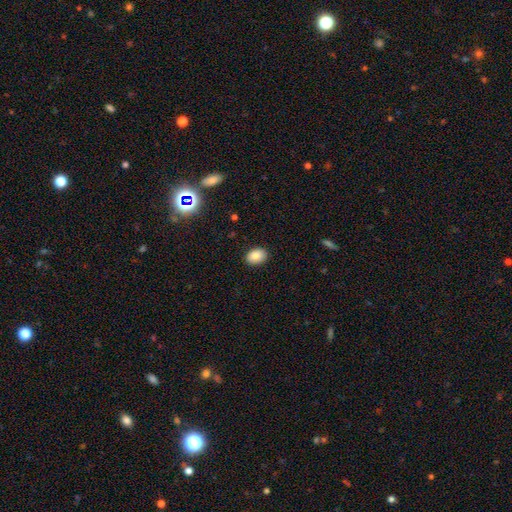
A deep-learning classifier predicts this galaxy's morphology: smooth-or-featured: smooth: 85% | star or artifact: 9% | featured or disk: 7%
  how-rounded: in between: 80% | round: 19% | cigar-shaped: 1%
  merging: none: 88% | minor disturbance: 9% | major disturbance: 2% | merger: 1%